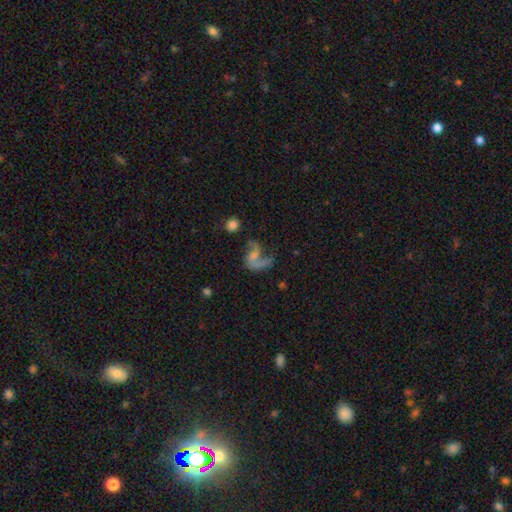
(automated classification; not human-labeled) Smooth or featured: featured or disk — 74% (smooth — 16%)
Edge-on disk: no — 98% (yes — 2%)
Bar: no — 56% (weak — 33%)
Spiral arms: yes — 87% (no — 13%)
Spiral winding: loose — 70% (medium — 24%)
Spiral arm count: 2 — 65% (1 — 28%)
Bulge size: small — 41% (none — 36%)
Merging: none — 38% (major disturbance — 36%)